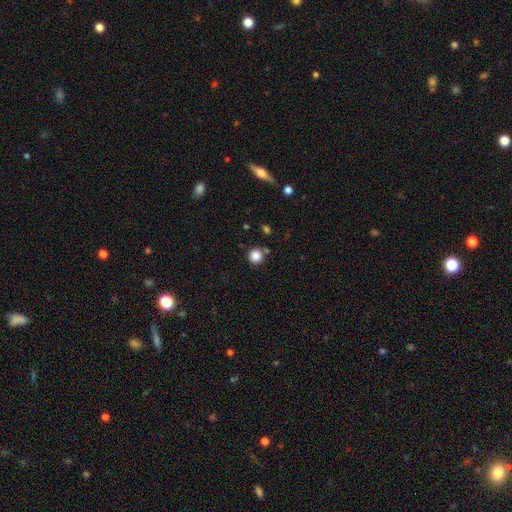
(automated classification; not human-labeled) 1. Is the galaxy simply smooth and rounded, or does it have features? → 85% smooth, 11% star or artifact, 4% featured or disk.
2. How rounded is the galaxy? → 94% round, 5% in between, 1% cigar-shaped.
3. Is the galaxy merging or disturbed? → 83% none, 8% minor disturbance, 6% merger, 3% major disturbance.